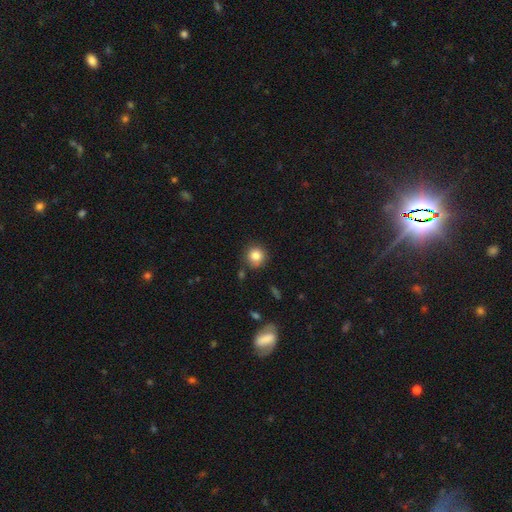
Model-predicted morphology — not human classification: smooth-or-featured: smooth: 84% | star or artifact: 10% | featured or disk: 6%
  how-rounded: round: 92% | in between: 7% | cigar-shaped: 1%
  merging: none: 86% | minor disturbance: 9% | merger: 3% | major disturbance: 2%